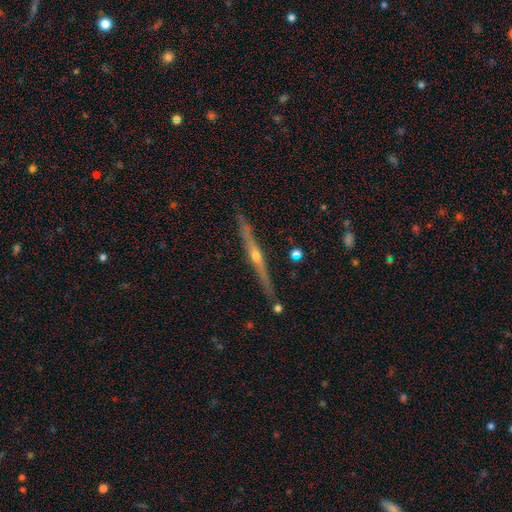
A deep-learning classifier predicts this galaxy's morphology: This appears to be a featured or disk galaxy (83%) viewed edge-on (98%) with a rounded central bulge (89%). Merging: none (89%).